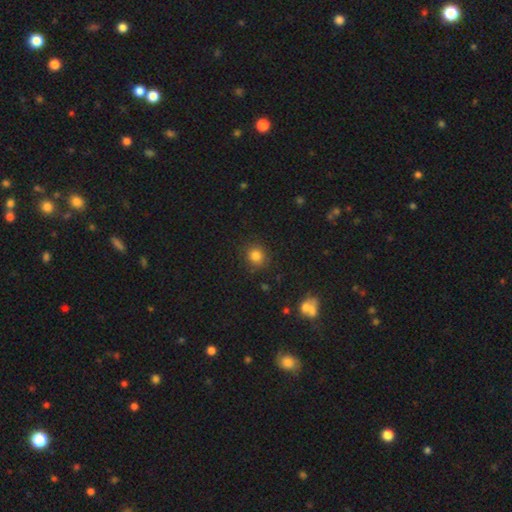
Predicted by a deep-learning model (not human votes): This appears to be a smooth galaxy with no disk features (82%) that is round (83%). Merging: none (87%).